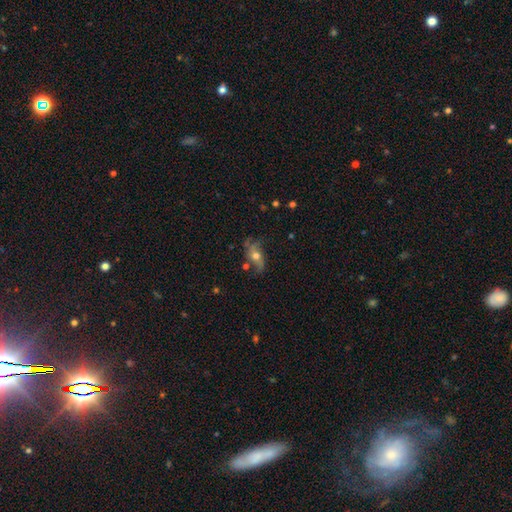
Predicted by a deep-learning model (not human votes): This appears to be a featured or disk galaxy (59%). Merging: none (53%).